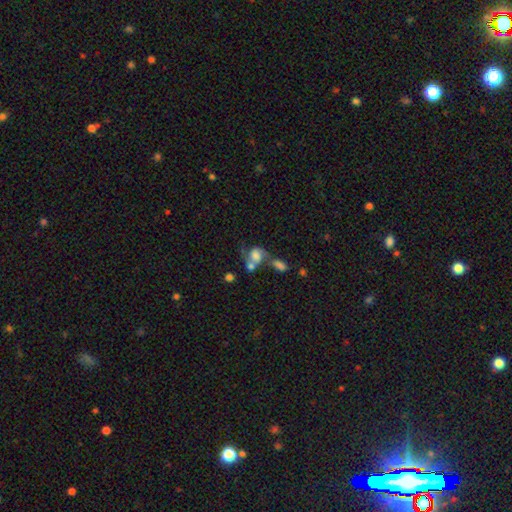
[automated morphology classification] Smooth or featured: featured or disk — 45% (smooth — 43%)
Merging: merger — 46% (none — 24%)